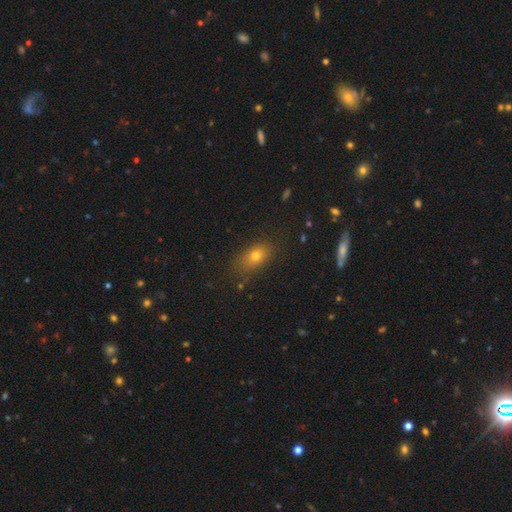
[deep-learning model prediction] A smooth galaxy with no disk features (72%) that is in between round and cigar-shaped (77%).

Vote fractions:
- Smooth or featured? smooth: 72% / star or artifact: 15% / featured or disk: 13%
- How rounded? in between: 77% / round: 16% / cigar-shaped: 7%
- Merging? none: 78% / minor disturbance: 15% / major disturbance: 5% / merger: 2%